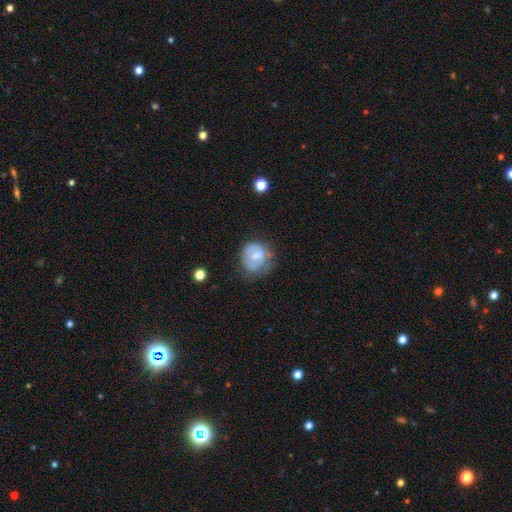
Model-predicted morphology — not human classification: smooth 55%, featured or disk 38%, star or artifact 8%. Down the decision tree: how rounded — round (78%); merging — none (52%).